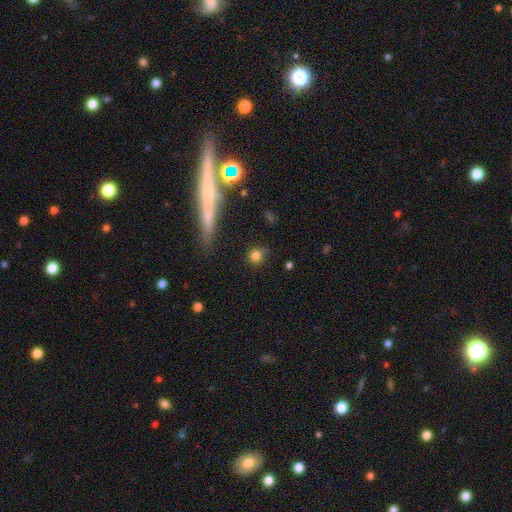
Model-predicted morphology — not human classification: Smooth or featured? Predicted: smooth (p=0.80). How rounded? Predicted: round (p=0.87). Merging? Predicted: none (p=0.80).